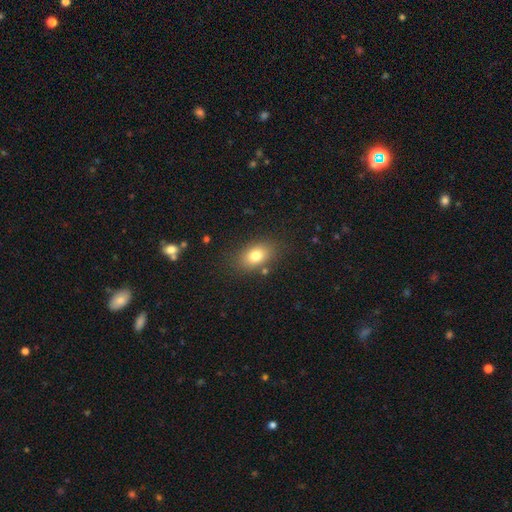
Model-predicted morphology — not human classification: Smooth or featured?
  - smooth: 78% *
  - featured or disk: 12%
  - star or artifact: 10%
How rounded?
  - in between: 80% *
  - round: 19%
  - cigar-shaped: 2%
Merging?
  - none: 80% *
  - minor disturbance: 12%
  - major disturbance: 4%
  - merger: 4%